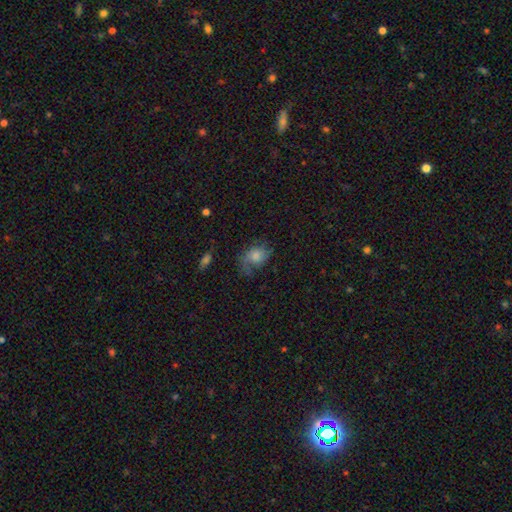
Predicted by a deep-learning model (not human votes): smooth-or-featured: smooth: 45% | featured or disk: 42% | star or artifact: 13%
  merging: none: 51% | minor disturbance: 26% | major disturbance: 21% | merger: 2%